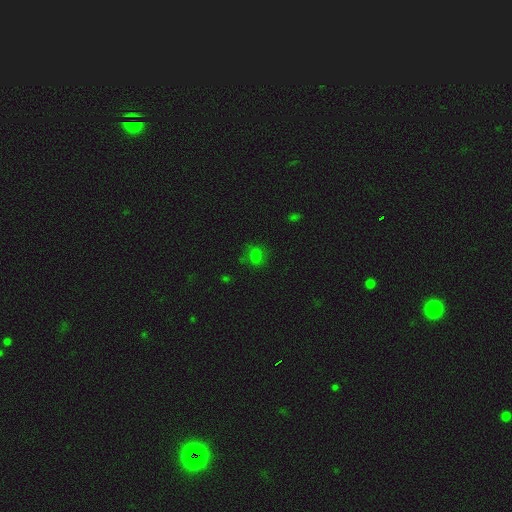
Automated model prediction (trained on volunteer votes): smooth 68%, star or artifact 22%, featured or disk 10%. Down the decision tree: how rounded — round (54%); merging — none (69%).